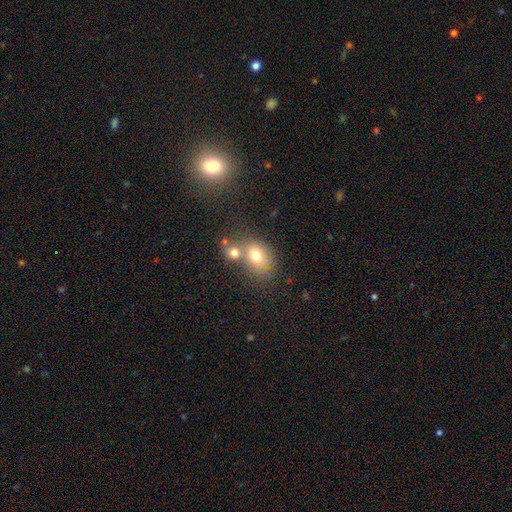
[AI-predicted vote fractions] smooth 71%, featured or disk 17%, star or artifact 12%. Down the decision tree: how rounded — in between (55%); merging — merger (43%).